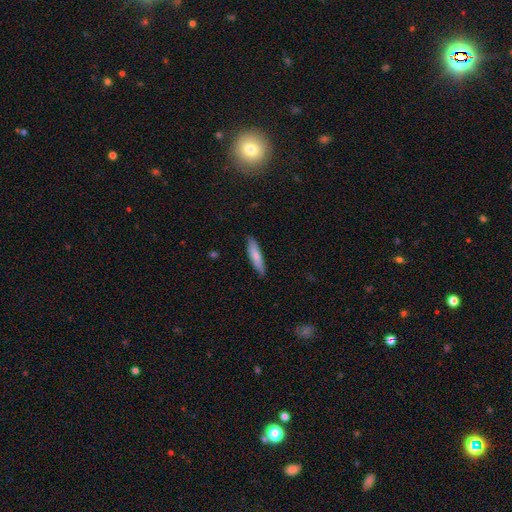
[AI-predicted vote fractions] This is likely a smooth galaxy (77%). How rounded: likely cigar-shaped (78%). Merging: clearly none (85%).